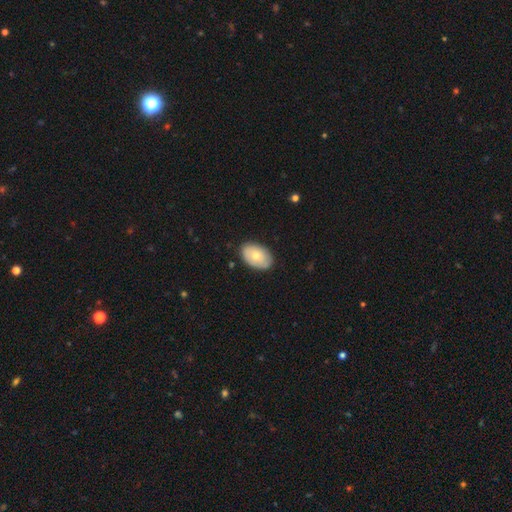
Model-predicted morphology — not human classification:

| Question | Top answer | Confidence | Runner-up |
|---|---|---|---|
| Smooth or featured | smooth | 67% | featured or disk (27%) |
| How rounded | in between | 89% | round (10%) |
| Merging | none | 83% | minor disturbance (13%) |